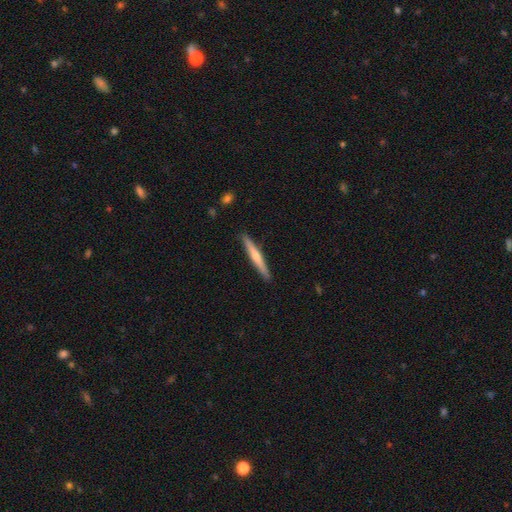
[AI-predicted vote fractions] Smooth or featured?
  - featured or disk: 59% *
  - smooth: 36%
  - star or artifact: 6%
Edge-on disk?
  - yes: 97% *
  - no: 3%
Edge-on bulge?
  - rounded: 76% *
  - none: 19%
  - boxy: 5%
Merging?
  - none: 92% *
  - minor disturbance: 6%
  - major disturbance: 1%
  - merger: 1%